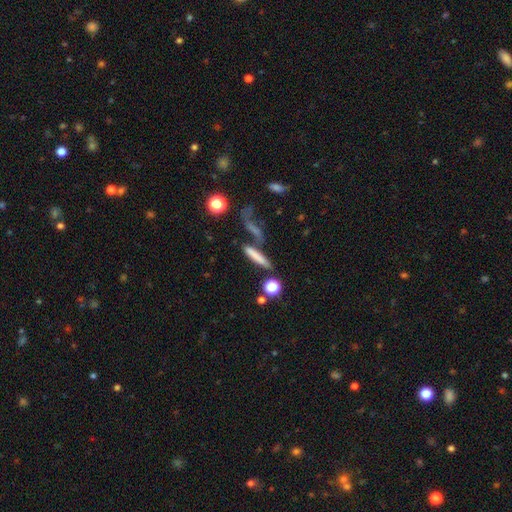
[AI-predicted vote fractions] Smooth or featured? smooth (67%)
How rounded? cigar-shaped (82%)
Merging? none (56%)